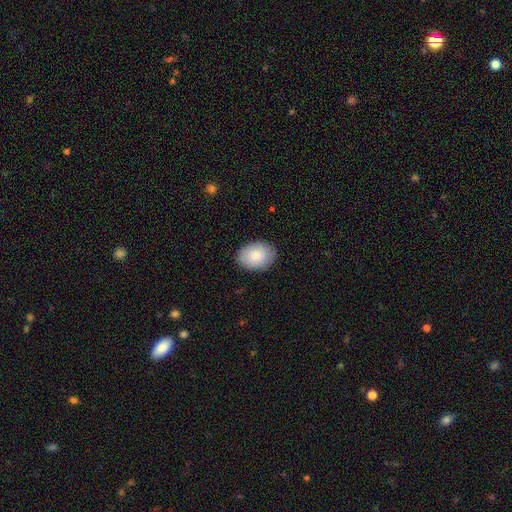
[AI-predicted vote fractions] A smooth galaxy with no disk features (85%) that is in between round and cigar-shaped (80%). Merging: none (87%).